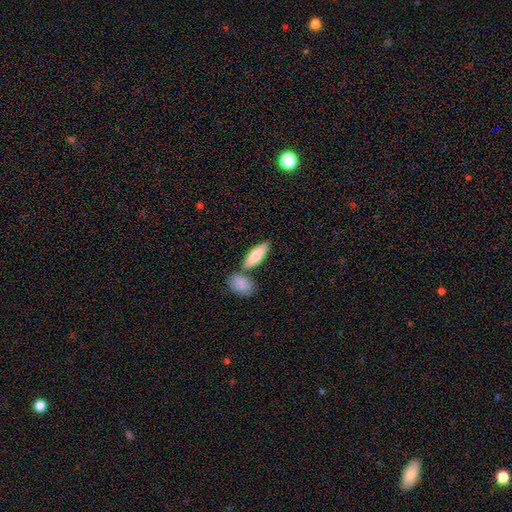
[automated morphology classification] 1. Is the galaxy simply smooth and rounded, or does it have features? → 81% smooth, 14% featured or disk, 5% star or artifact.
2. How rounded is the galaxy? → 69% in between, 29% cigar-shaped, 3% round.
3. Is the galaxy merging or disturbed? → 61% none, 23% merger, 12% minor disturbance, 3% major disturbance.